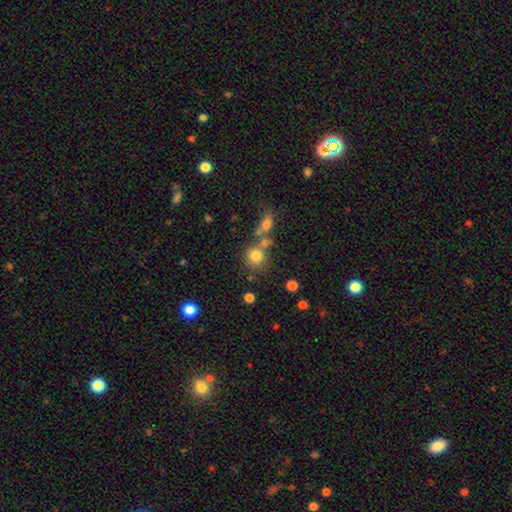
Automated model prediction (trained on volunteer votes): Q: Smooth or featured?
A: smooth (78%); runner-up: star or artifact (12%)
Q: How rounded?
A: round (85%); runner-up: in between (13%)
Q: Merging?
A: none (57%); runner-up: merger (25%)